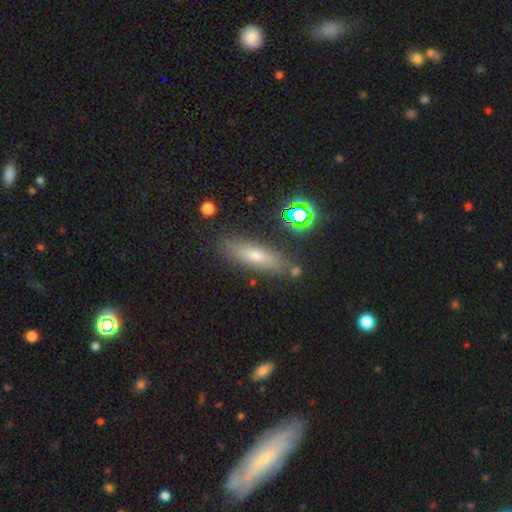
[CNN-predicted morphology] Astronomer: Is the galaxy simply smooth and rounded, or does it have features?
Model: smooth — 61%.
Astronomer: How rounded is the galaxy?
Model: cigar-shaped — 64%.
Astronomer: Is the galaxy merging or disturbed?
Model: none — 83%.